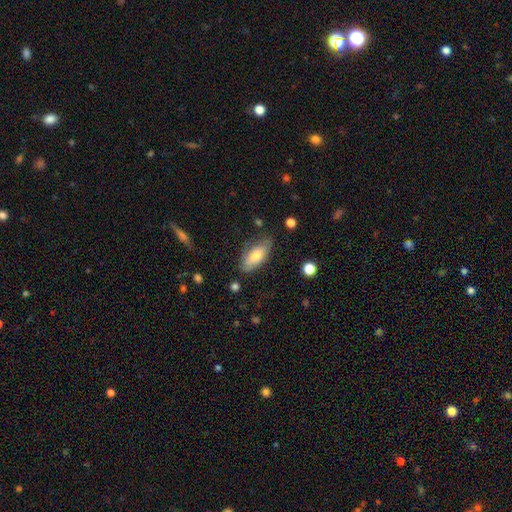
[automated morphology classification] Q: Smooth or featured?
A: smooth (70%); runner-up: featured or disk (24%)
Q: How rounded?
A: in between (85%); runner-up: cigar-shaped (12%)
Q: Merging?
A: none (70%); runner-up: minor disturbance (22%)